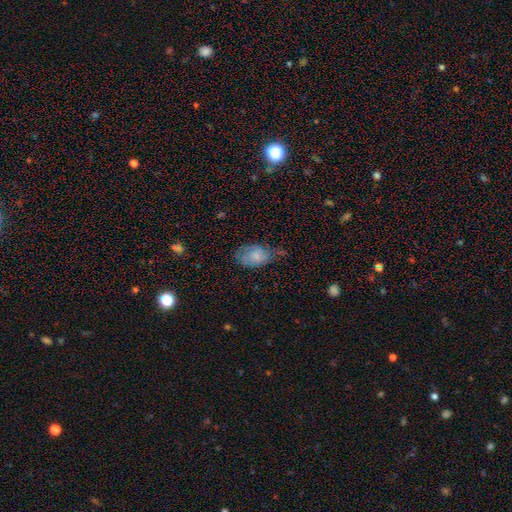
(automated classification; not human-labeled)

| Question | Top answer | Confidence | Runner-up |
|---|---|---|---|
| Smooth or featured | smooth | 74% | featured or disk (17%) |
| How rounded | in between | 88% | round (11%) |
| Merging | none | 42% | minor disturbance (39%) |